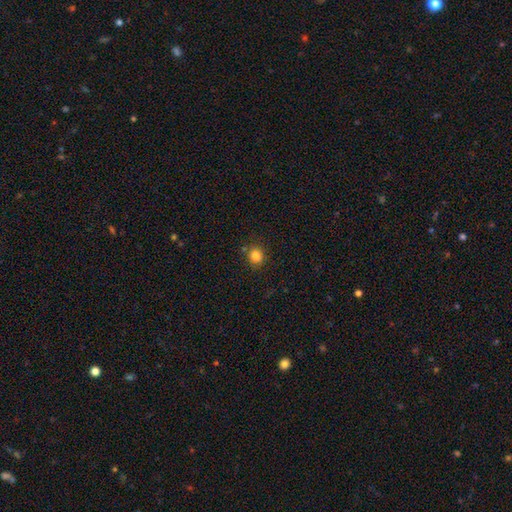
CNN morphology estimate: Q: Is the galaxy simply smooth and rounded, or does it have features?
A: smooth — 83%.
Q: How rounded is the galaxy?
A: round — 79%.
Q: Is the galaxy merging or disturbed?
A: none — 80%.